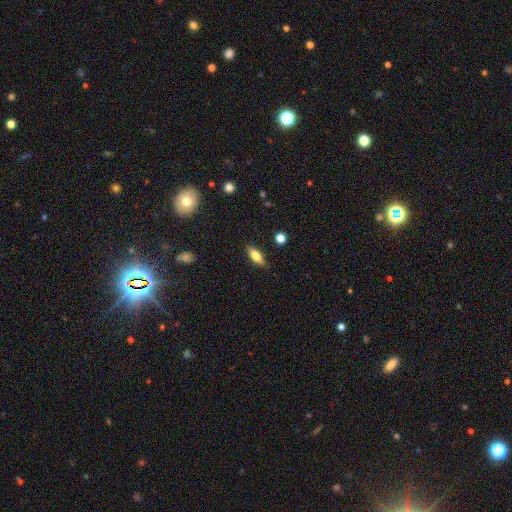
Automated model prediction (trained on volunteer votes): A smooth galaxy with no disk features (73%) that is in between round and cigar-shaped (72%).

Vote fractions:
- Smooth or featured? smooth: 73% / featured or disk: 20% / star or artifact: 7%
- How rounded? in between: 72% / cigar-shaped: 25% / round: 3%
- Merging? none: 86% / minor disturbance: 11% / major disturbance: 2% / merger: 1%